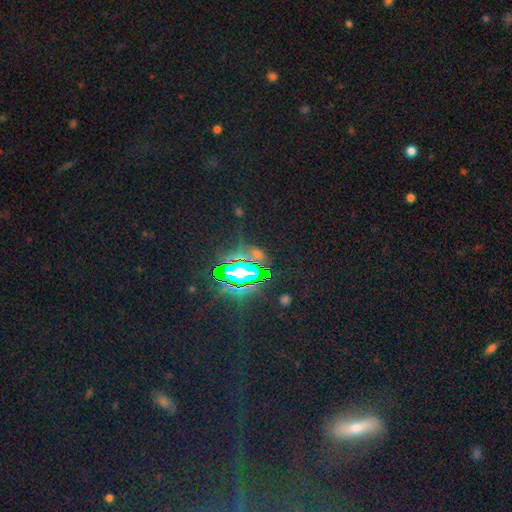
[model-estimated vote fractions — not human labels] smooth_or_featured: star or artifact (p=0.74) [alt: smooth p=0.14]